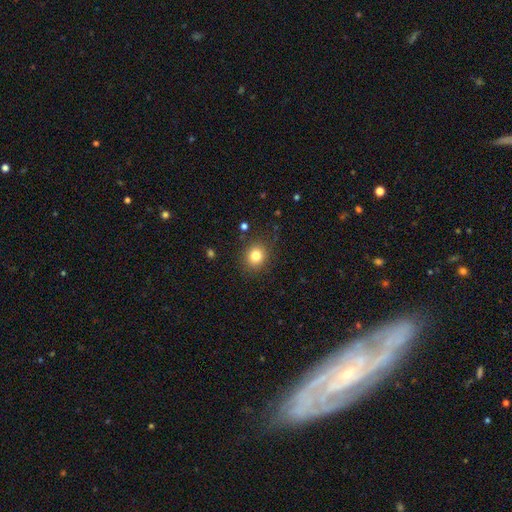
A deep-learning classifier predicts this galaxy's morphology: smooth-or-featured: smooth: 81% | star or artifact: 12% | featured or disk: 7%
  how-rounded: round: 76% | in between: 23% | cigar-shaped: 1%
  merging: none: 86% | minor disturbance: 9% | major disturbance: 3% | merger: 2%